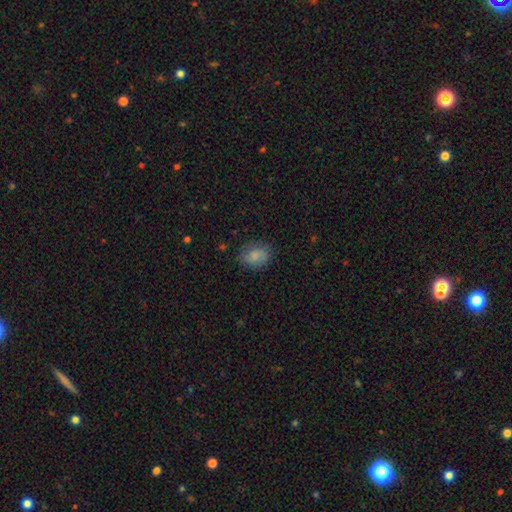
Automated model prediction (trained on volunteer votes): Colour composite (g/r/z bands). It shows a smooth galaxy with no disk features (78%) that is in between round and cigar-shaped (71%). Merging: none (71%).